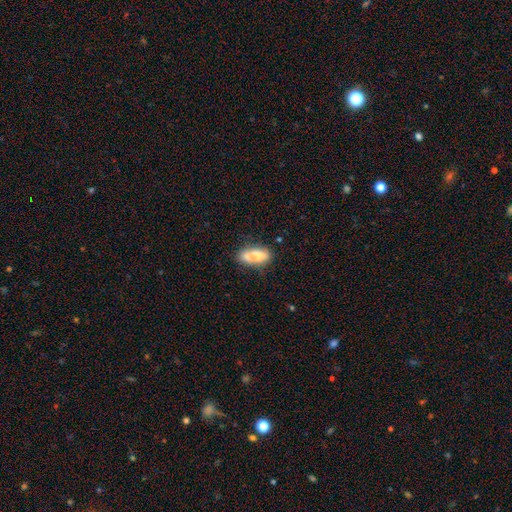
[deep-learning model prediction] smooth-or-featured: smooth: 71% | featured or disk: 22% | star or artifact: 8%
  how-rounded: in between: 82% | cigar-shaped: 12% | round: 6%
  merging: none: 40% | merger: 37% | minor disturbance: 17% | major disturbance: 7%